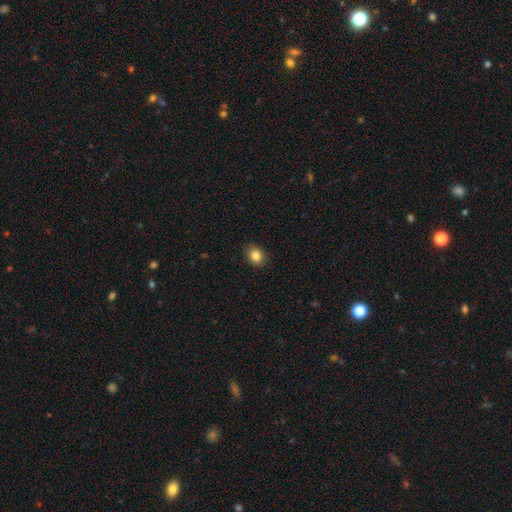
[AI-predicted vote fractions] Overall: smooth (85%). How rounded: round (52%; in between 47%). Merging: none (88%).